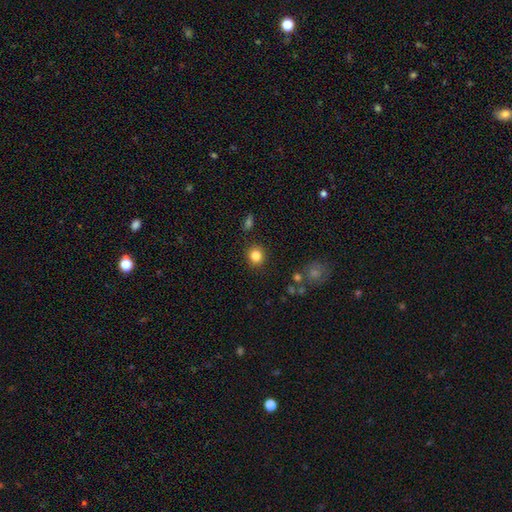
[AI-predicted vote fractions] This is clearly a smooth galaxy (84%). How rounded: clearly round (86%). Merging: clearly none (89%).